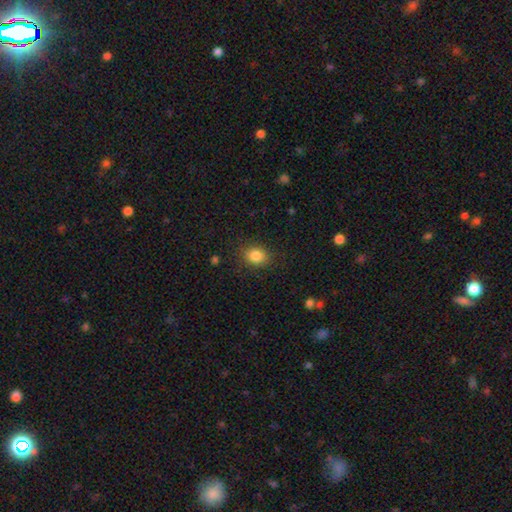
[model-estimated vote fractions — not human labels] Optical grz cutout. It shows a smooth galaxy with no disk features (85%) that is in between round and cigar-shaped (50%). Merging: none (85%).